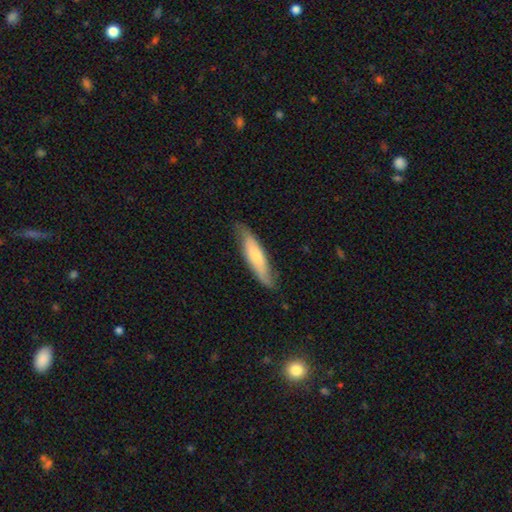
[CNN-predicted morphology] smooth 60%, featured or disk 35%, star or artifact 5%. Down the decision tree: how rounded — cigar-shaped (72%); merging — none (76%).